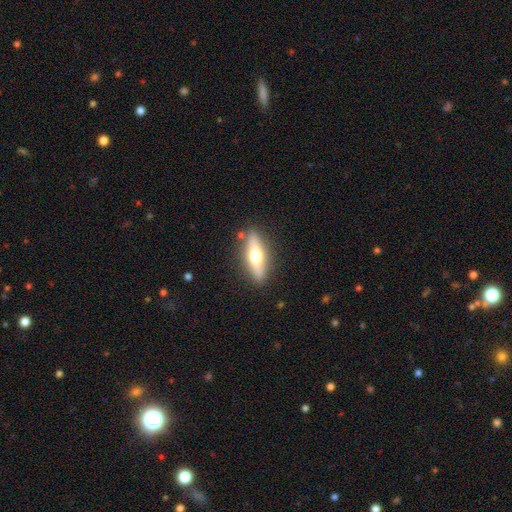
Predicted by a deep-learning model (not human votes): This appears to be a featured or disk galaxy (49%). Merging: none (85%).